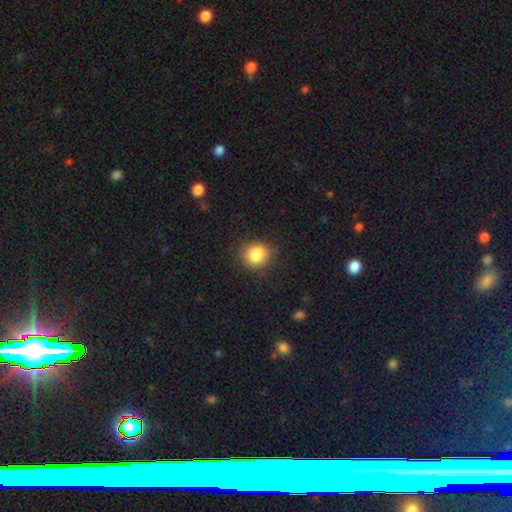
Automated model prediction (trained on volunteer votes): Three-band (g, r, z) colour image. It shows a smooth galaxy with no disk features (85%) that is round (78%). Merging: none (75%).